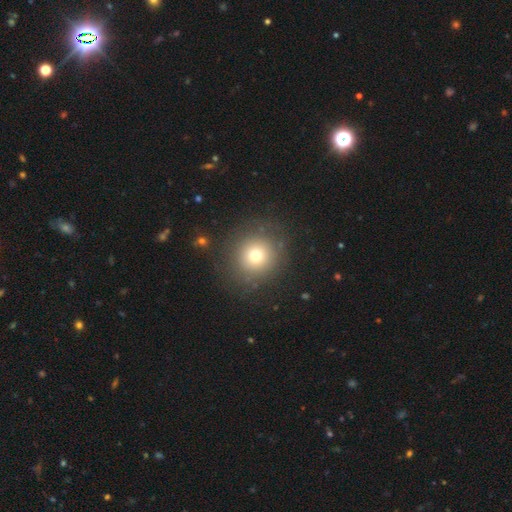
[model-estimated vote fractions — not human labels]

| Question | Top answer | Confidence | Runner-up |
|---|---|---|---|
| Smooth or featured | smooth | 72% | star or artifact (15%) |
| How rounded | round | 91% | in between (8%) |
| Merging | none | 84% | minor disturbance (9%) |